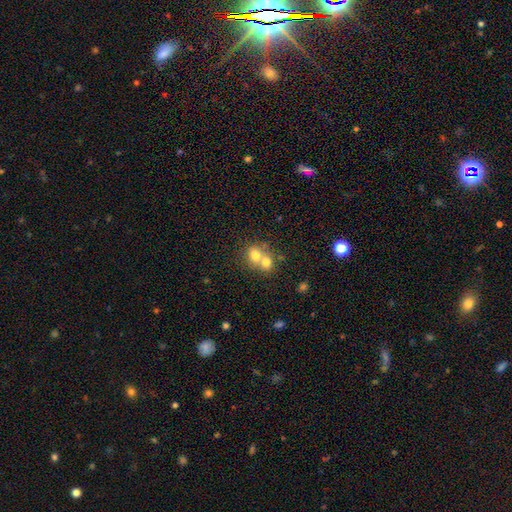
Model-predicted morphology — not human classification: The model was most divided on "how rounded": round: 65%, in between: 34%, cigar-shaped: 1%. More confident: smooth or featured — smooth (71%); merging — merger (66%).